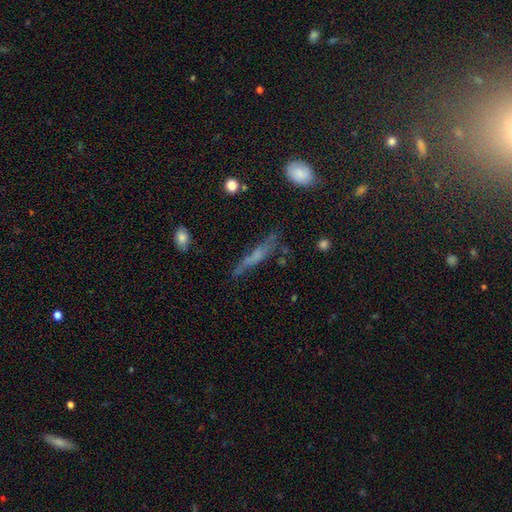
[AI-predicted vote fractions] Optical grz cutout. It shows a featured or disk galaxy (49%). Merging: none (62%).